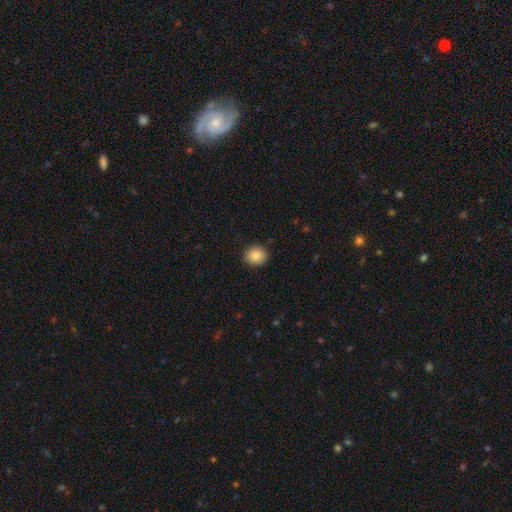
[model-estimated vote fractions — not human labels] Smooth or featured: smooth — 85% (star or artifact — 9%)
How rounded: round — 80% (in between — 19%)
Merging: none — 90% (minor disturbance — 7%)